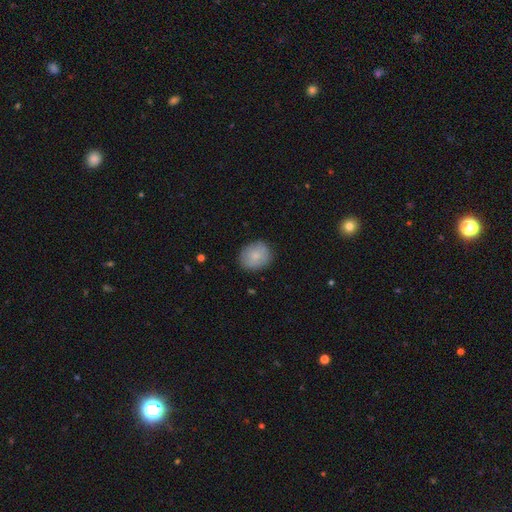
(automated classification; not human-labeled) A smooth galaxy with no disk features (79%) that is round (60%).

Vote fractions:
- Smooth or featured? smooth: 79% / featured or disk: 14% / star or artifact: 7%
- How rounded? round: 60% / in between: 39% / cigar-shaped: 1%
- Merging? none: 83% / minor disturbance: 13% / major disturbance: 3% / merger: 1%